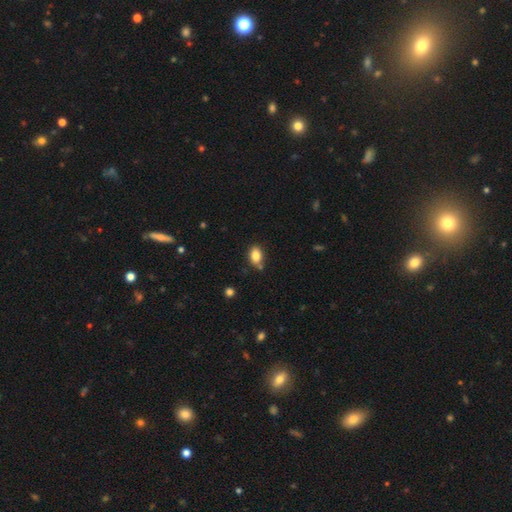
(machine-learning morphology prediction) A smooth galaxy with no disk features (83%) that is in between round and cigar-shaped (80%). Merging: none (75%).